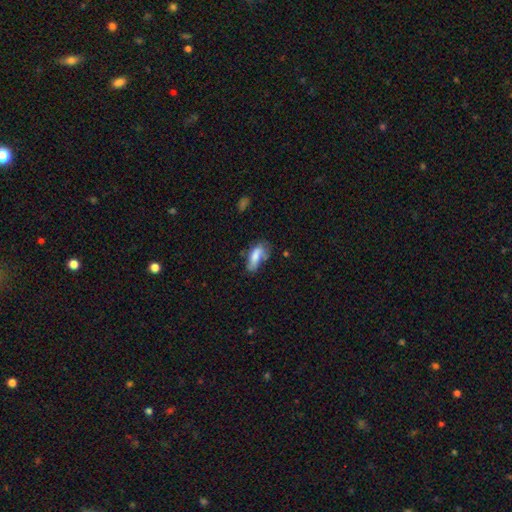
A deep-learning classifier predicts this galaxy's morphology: Smooth or featured?
  - smooth: 70% *
  - featured or disk: 22%
  - star or artifact: 8%
How rounded?
  - in between: 83% *
  - cigar-shaped: 14%
  - round: 3%
Merging?
  - none: 38% *
  - minor disturbance: 33%
  - major disturbance: 22%
  - merger: 7%